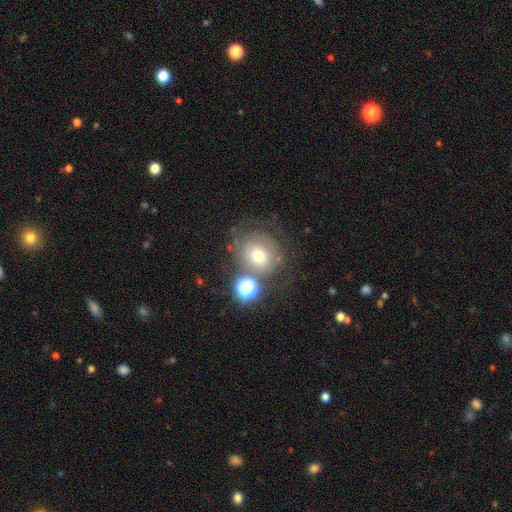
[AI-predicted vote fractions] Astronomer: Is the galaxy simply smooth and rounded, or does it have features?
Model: smooth — 45% (runner-up: featured or disk, 35%).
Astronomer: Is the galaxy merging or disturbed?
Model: none — 57%.